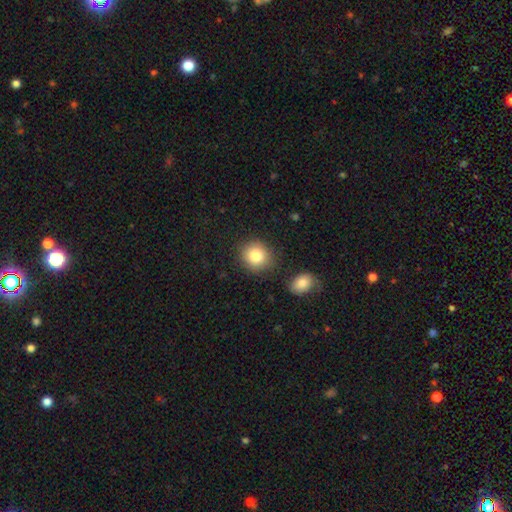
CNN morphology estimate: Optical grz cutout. It shows a smooth galaxy with no disk features (83%) that is round (80%). Merging: none (83%).